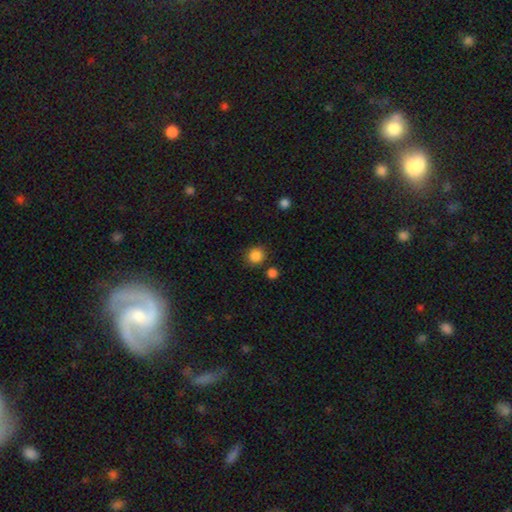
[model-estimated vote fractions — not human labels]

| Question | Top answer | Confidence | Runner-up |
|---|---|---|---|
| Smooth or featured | smooth | 86% | star or artifact (11%) |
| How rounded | round | 90% | in between (9%) |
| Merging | none | 84% | minor disturbance (8%) |